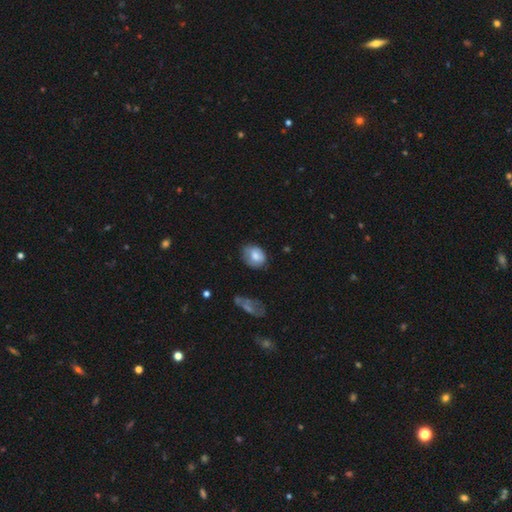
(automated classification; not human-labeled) smooth 74%, featured or disk 19%, star or artifact 8%. Down the decision tree: how rounded — round (50%); merging — none (62%).